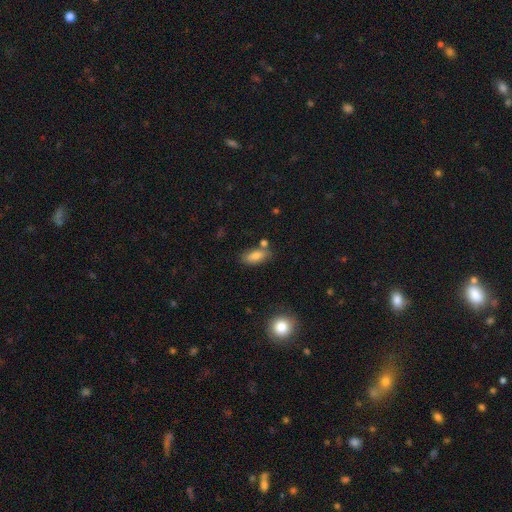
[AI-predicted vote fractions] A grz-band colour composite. It shows a smooth galaxy with no disk features (82%) that is in between round and cigar-shaped (83%). Merging: none (72%).